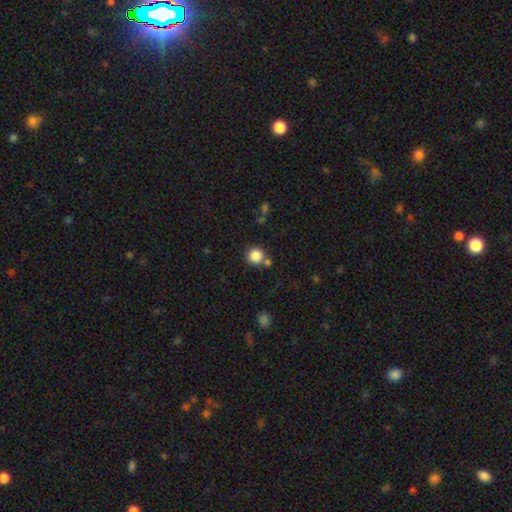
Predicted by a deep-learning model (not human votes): Smooth or featured?
  - smooth: 85% *
  - star or artifact: 10%
  - featured or disk: 4%
How rounded?
  - round: 94% *
  - in between: 5%
  - cigar-shaped: 1%
Merging?
  - none: 74% *
  - merger: 14%
  - minor disturbance: 9%
  - major disturbance: 3%